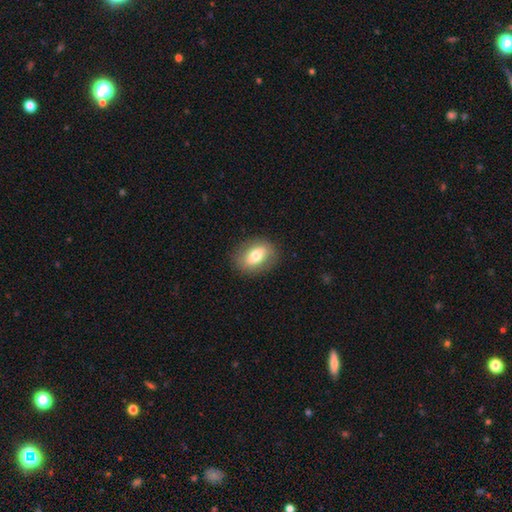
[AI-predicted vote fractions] Smooth or featured? Predicted: smooth (p=0.66). How rounded? Predicted: in between (p=0.75). Merging? Predicted: none (p=0.84).